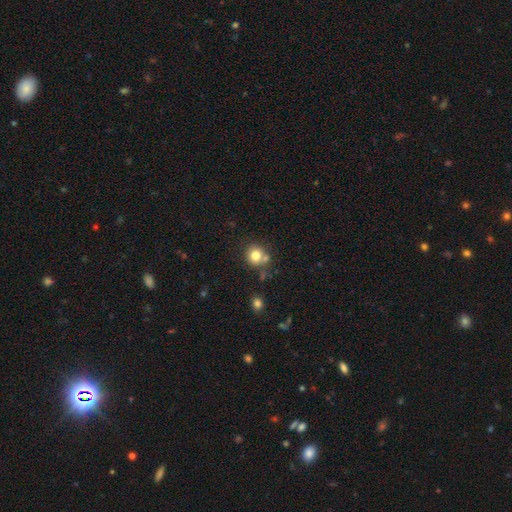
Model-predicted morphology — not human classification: This is likely a smooth galaxy (78%). How rounded: clearly round (86%). Merging: likely none (64%).